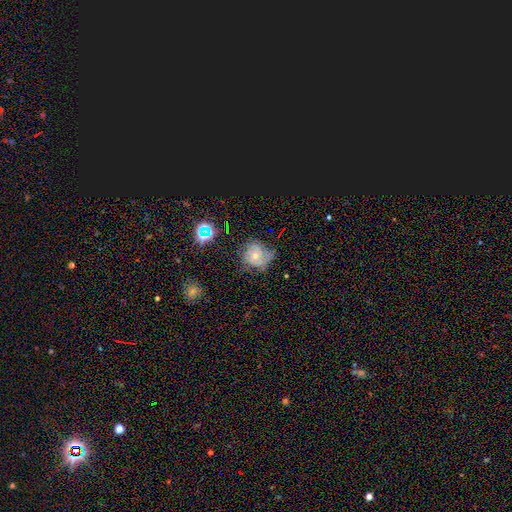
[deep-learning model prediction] Q: Smooth or featured?
A: featured or disk (63%); runner-up: smooth (22%)
Q: Edge-on disk?
A: no (97%); runner-up: yes (3%)
Q: Bar?
A: no (76%); runner-up: weak (19%)
Q: Spiral arms?
A: yes (87%); runner-up: no (13%)
Q: Spiral winding?
A: tight (52%); runner-up: medium (35%)
Q: Spiral arm count?
A: can't tell (31%); runner-up: 2 (29%)
Q: Bulge size?
A: small (54%); runner-up: moderate (42%)
Q: Merging?
A: none (47%); runner-up: minor disturbance (30%)